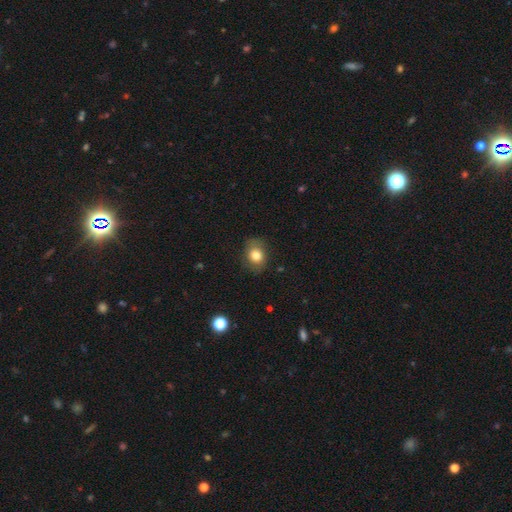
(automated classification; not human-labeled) Smooth or featured?
  - smooth: 78% *
  - featured or disk: 13%
  - star or artifact: 9%
How rounded?
  - in between: 55% *
  - round: 44%
  - cigar-shaped: 1%
Merging?
  - none: 80% *
  - minor disturbance: 15%
  - major disturbance: 4%
  - merger: 1%